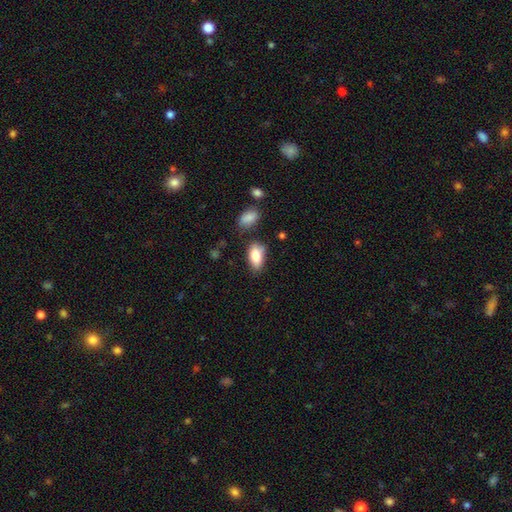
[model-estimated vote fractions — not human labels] smooth-or-featured: smooth: 84% | featured or disk: 9% | star or artifact: 7%
  how-rounded: in between: 91% | cigar-shaped: 4% | round: 4%
  merging: none: 61% | minor disturbance: 26% | major disturbance: 6% | merger: 6%